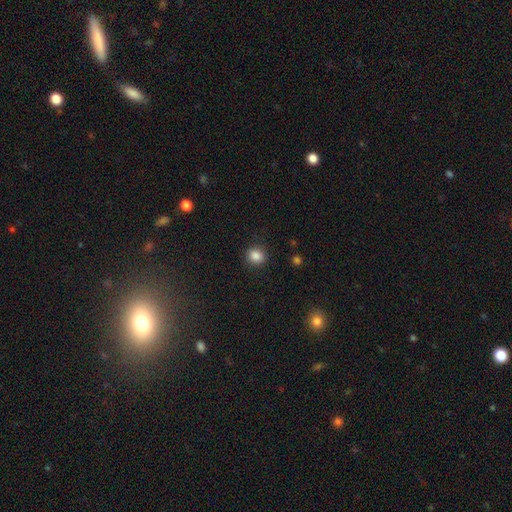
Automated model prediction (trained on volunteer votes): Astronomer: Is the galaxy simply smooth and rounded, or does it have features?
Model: smooth — 86%.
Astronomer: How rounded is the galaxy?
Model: round — 68%.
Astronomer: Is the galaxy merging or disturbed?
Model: none — 88%.